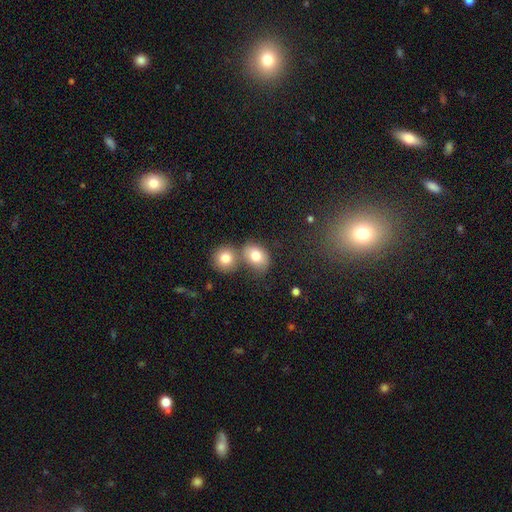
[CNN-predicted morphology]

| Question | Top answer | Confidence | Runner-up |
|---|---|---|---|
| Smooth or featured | smooth | 78% | featured or disk (12%) |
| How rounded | in between | 54% | round (45%) |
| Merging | none | 46% | merger (37%) |